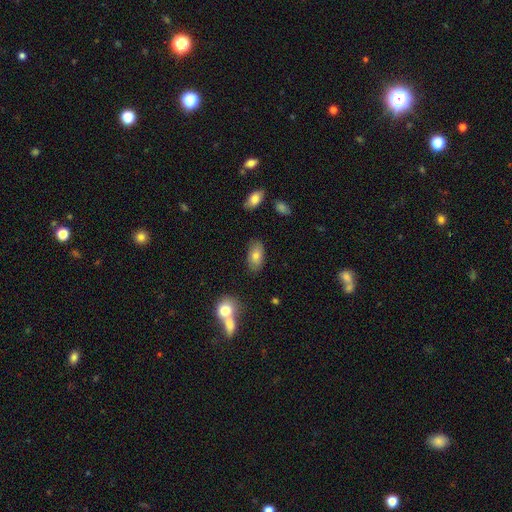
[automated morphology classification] Overall: smooth (75%). How rounded: in between (93%). Merging: none (81%).